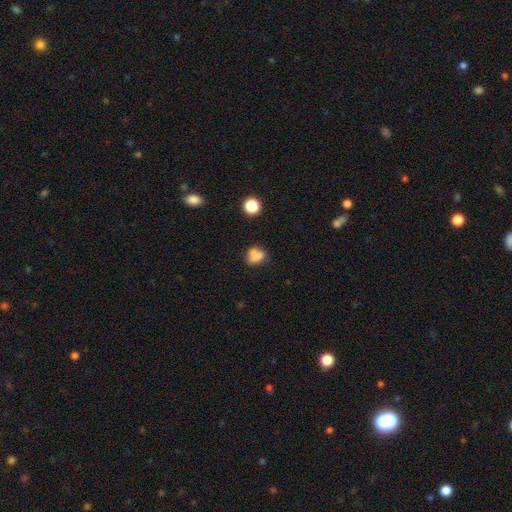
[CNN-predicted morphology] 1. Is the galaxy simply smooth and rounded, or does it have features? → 76% smooth, 12% featured or disk, 11% star or artifact.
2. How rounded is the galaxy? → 51% round, 48% in between, 1% cigar-shaped.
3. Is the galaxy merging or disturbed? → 49% none, 23% minor disturbance, 19% merger, 9% major disturbance.